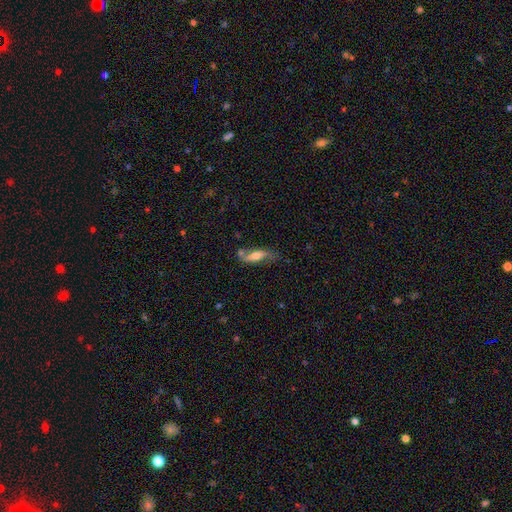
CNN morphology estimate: smooth-or-featured: featured or disk: 52% | smooth: 40% | star or artifact: 8%
  disk-edge-on: no: 65% | yes: 35%
  merging: none: 52% | minor disturbance: 25% | major disturbance: 12% | merger: 11%